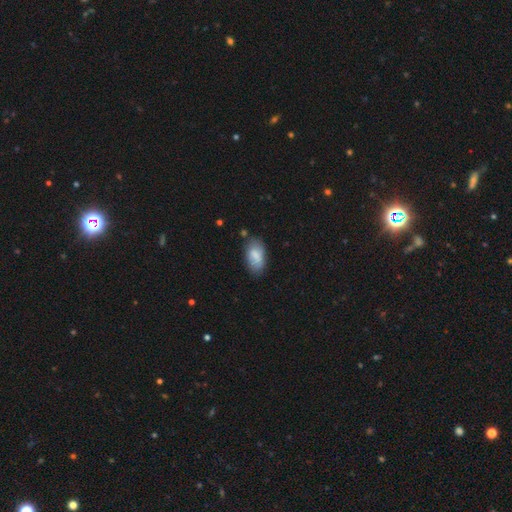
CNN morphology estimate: type=smooth (80%); roundness=in between (94%); merging=none (71%).